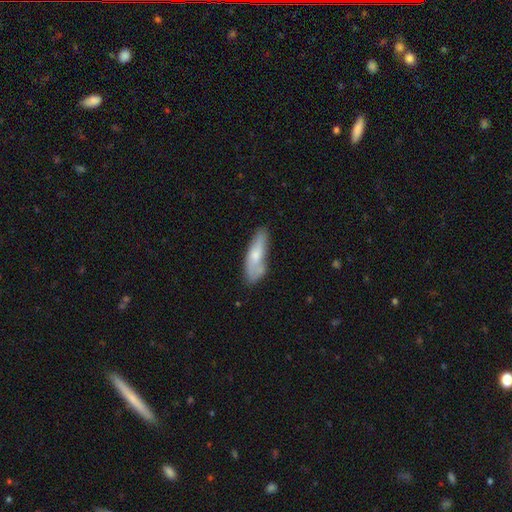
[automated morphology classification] type=smooth (61%); roundness=cigar-shaped (54%); merging=none (59%).